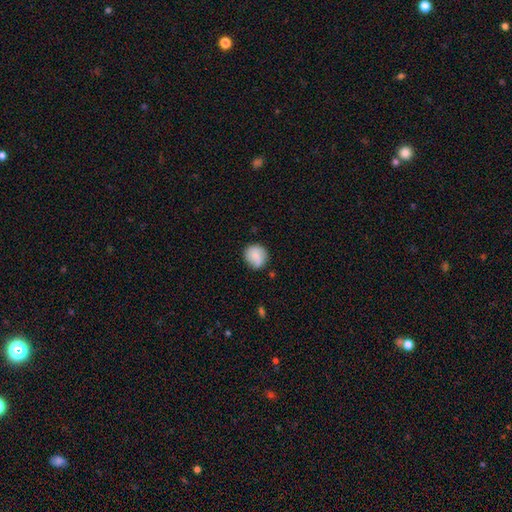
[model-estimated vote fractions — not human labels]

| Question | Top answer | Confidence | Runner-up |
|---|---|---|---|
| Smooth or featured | smooth | 80% | featured or disk (12%) |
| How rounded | round | 89% | in between (10%) |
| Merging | none | 74% | minor disturbance (19%) |